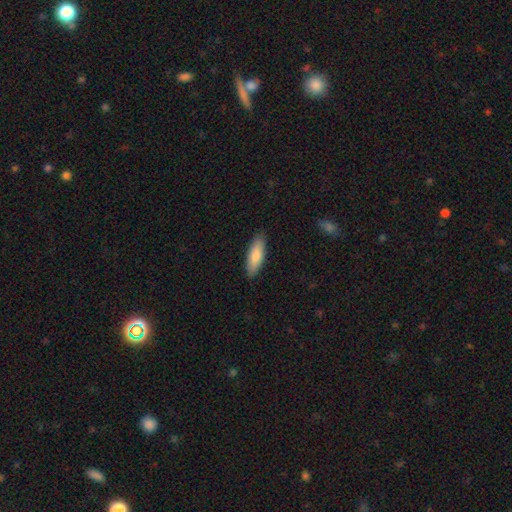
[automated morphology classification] Smooth or featured? smooth (82%)
How rounded? in between (57%)
Merging? none (88%)